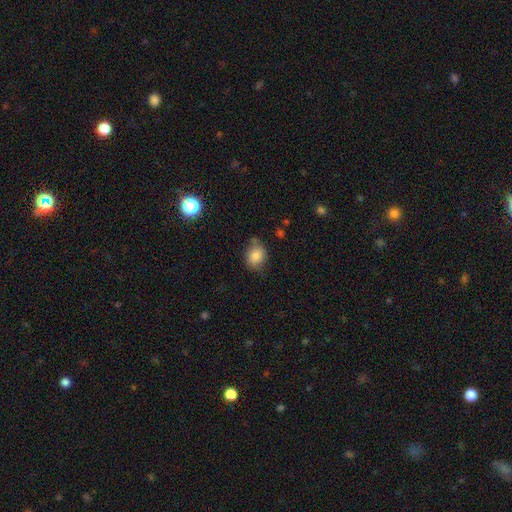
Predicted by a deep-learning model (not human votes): smooth 82%, star or artifact 10%, featured or disk 8%. Down the decision tree: how rounded — round (53%); merging — none (66%).